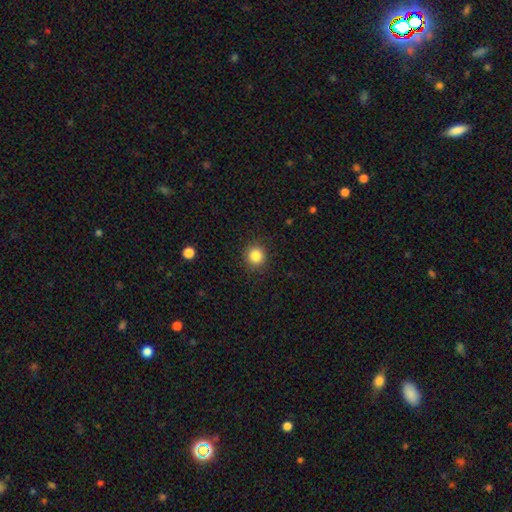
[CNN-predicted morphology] Smooth or featured? smooth (85%)
How rounded? round (92%)
Merging? none (90%)